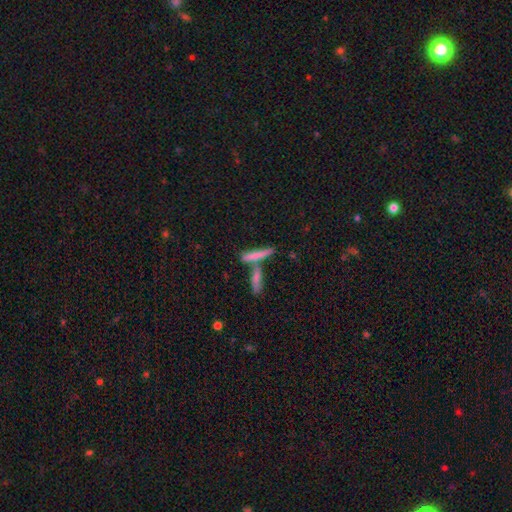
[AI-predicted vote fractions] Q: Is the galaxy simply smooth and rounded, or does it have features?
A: smooth — 66%.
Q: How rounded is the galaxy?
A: cigar-shaped — 86%.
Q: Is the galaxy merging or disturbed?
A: none — 49%.